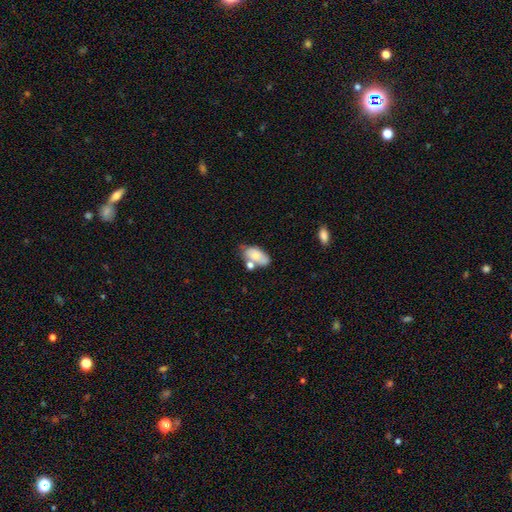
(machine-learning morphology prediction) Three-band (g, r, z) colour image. It shows a smooth galaxy with no disk features (71%) that is in between round and cigar-shaped (92%). Merging: none (41%).